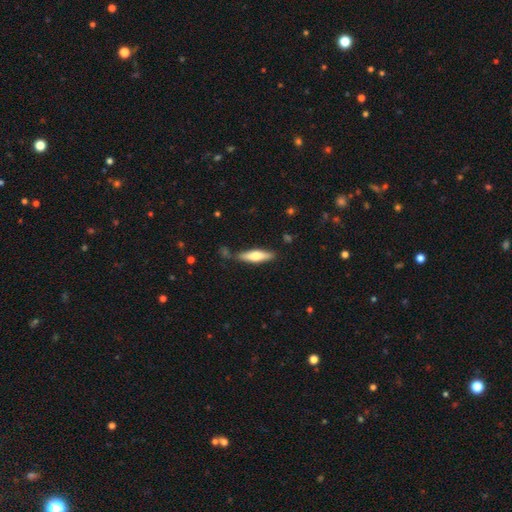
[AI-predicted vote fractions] Smooth or featured? Predicted: smooth (p=0.57). How rounded? Predicted: cigar-shaped (p=0.66). Merging? Predicted: none (p=0.79).